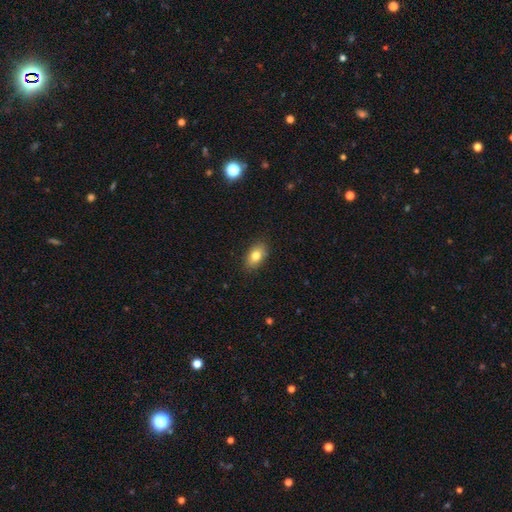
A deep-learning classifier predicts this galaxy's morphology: smooth_or_featured: smooth (p=0.80) [alt: featured or disk p=0.12]
how_rounded: in between (p=0.86) [alt: round p=0.12]
merging: none (p=0.86) [alt: minor disturbance p=0.11]